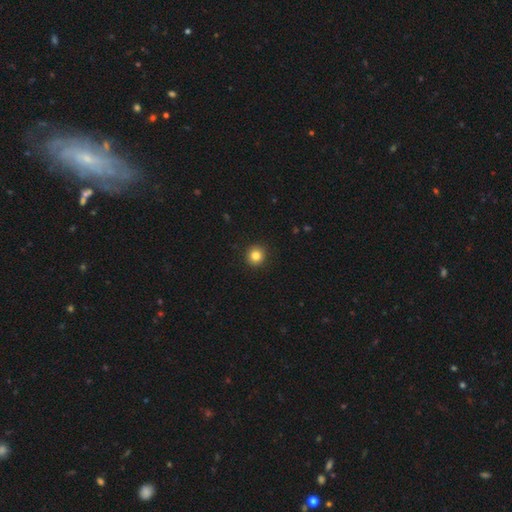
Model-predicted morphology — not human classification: The model was most divided on "smooth or featured": smooth: 83%, star or artifact: 11%, featured or disk: 6%. More confident: how rounded — round (93%); merging — none (93%).